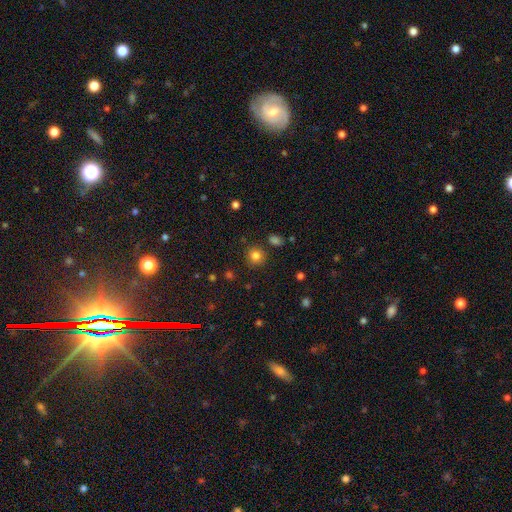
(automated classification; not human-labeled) smooth_or_featured: smooth (p=0.82) [alt: star or artifact p=0.13]
how_rounded: round (p=0.89) [alt: in between p=0.10]
merging: none (p=0.86) [alt: minor disturbance p=0.08]